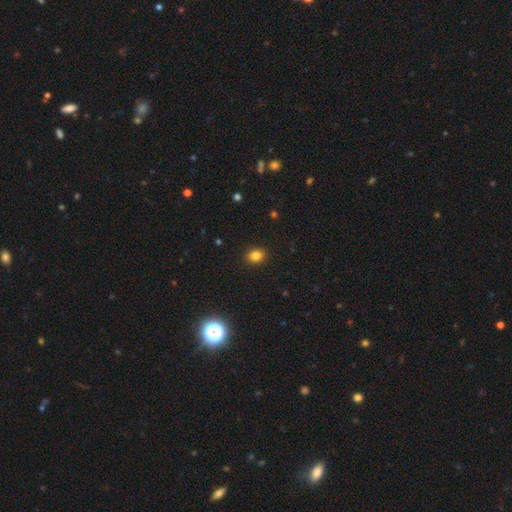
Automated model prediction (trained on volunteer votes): Q: Smooth or featured?
A: smooth (82%); runner-up: star or artifact (13%)
Q: How rounded?
A: round (64%); runner-up: in between (35%)
Q: Merging?
A: none (91%); runner-up: minor disturbance (6%)